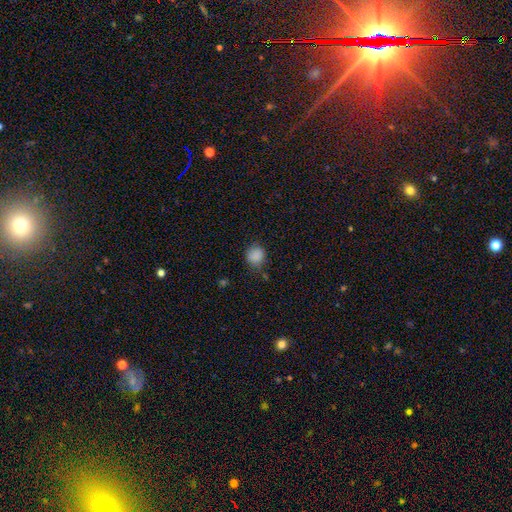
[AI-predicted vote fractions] This is clearly a smooth galaxy (86%). How rounded: likely round (79%). Merging: likely none (73%).